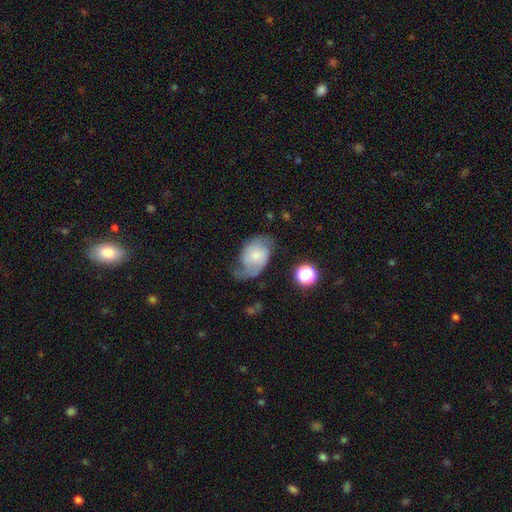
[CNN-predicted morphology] The model was most divided on "merging": none: 37%, minor disturbance: 31%, major disturbance: 29%, merger: 3%. Remaining: edge-on disk — no (96%); spiral arms — yes (85%); bar — no (64%); smooth or featured — featured or disk (54%); bulge size — small (46%).